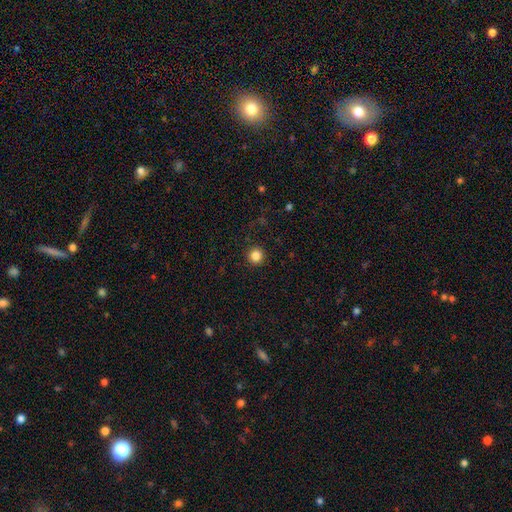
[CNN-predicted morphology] Smooth or featured?
  - smooth: 85% *
  - star or artifact: 11%
  - featured or disk: 4%
How rounded?
  - round: 95% *
  - in between: 4%
  - cigar-shaped: 1%
Merging?
  - none: 91% *
  - minor disturbance: 6%
  - major disturbance: 2%
  - merger: 1%